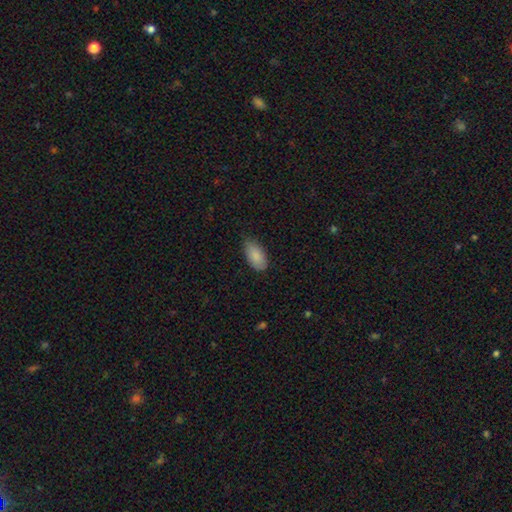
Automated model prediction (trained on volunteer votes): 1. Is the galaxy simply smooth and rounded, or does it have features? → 88% smooth, 6% star or artifact, 6% featured or disk.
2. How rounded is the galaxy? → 93% in between, 4% cigar-shaped, 3% round.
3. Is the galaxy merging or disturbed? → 73% none, 23% minor disturbance, 3% major disturbance, 1% merger.